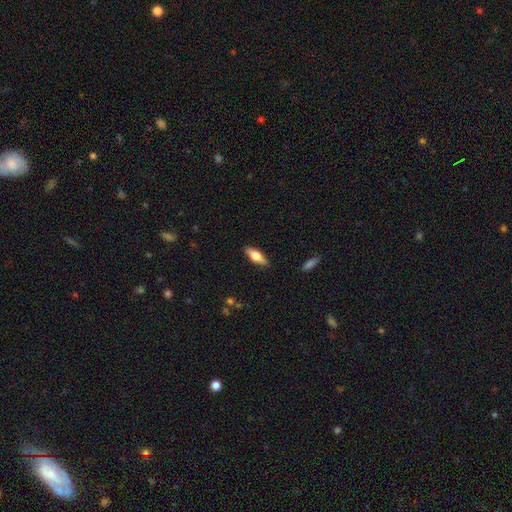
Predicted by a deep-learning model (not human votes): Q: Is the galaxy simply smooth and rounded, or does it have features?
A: smooth — 57%.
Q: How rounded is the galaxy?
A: in between — 60%.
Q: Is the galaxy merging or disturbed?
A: none — 87%.